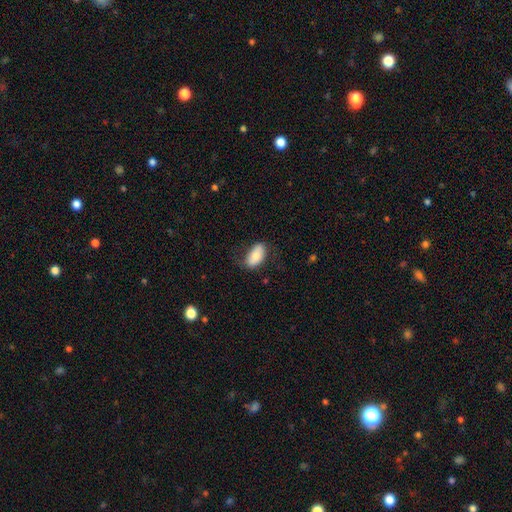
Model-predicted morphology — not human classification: Overall: smooth (75%). How rounded: in between (93%). Merging: none (66%).